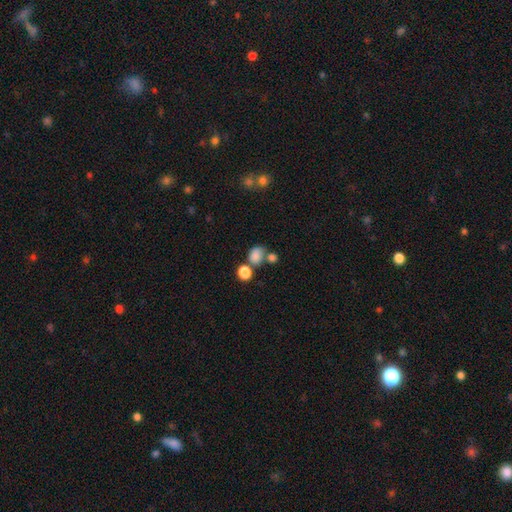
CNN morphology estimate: Smooth or featured? smooth (80%)
How rounded? in between (50%)
Merging? none (45%)